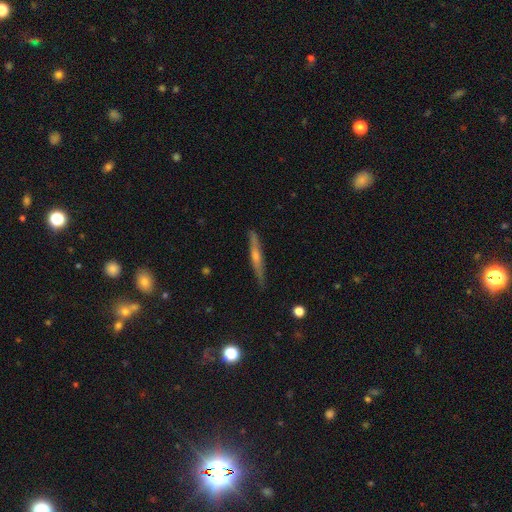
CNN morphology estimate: smooth_or_featured: featured or disk (p=0.65) [alt: smooth p=0.29]
disk_edge_on: yes (p=0.96) [alt: no p=0.04]
edge_on_bulge: rounded (p=0.69) [alt: none p=0.23]
merging: none (p=0.88) [alt: minor disturbance p=0.09]